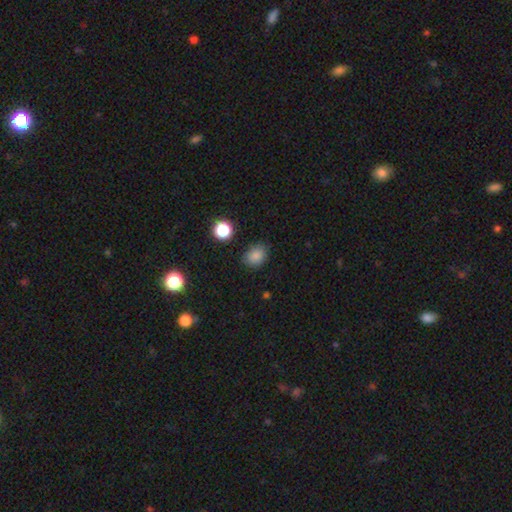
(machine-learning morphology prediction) smooth-or-featured: smooth: 83% | star or artifact: 12% | featured or disk: 4%
  how-rounded: in between: 58% | round: 41% | cigar-shaped: 1%
  merging: none: 81% | minor disturbance: 14% | major disturbance: 3% | merger: 2%